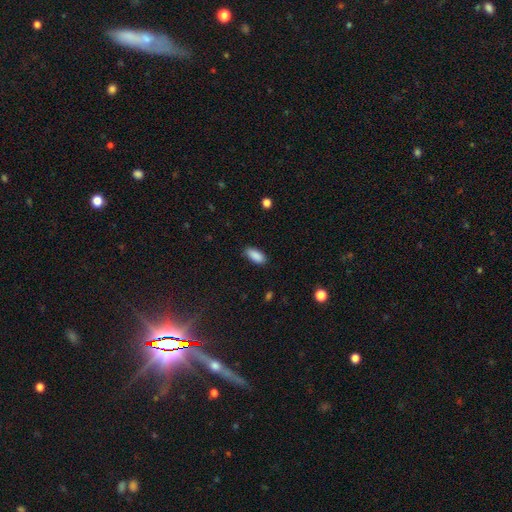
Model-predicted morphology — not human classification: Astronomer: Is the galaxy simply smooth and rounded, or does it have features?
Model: smooth — 90%.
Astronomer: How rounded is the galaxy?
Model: in between — 89%.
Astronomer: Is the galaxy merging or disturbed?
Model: none — 85%.